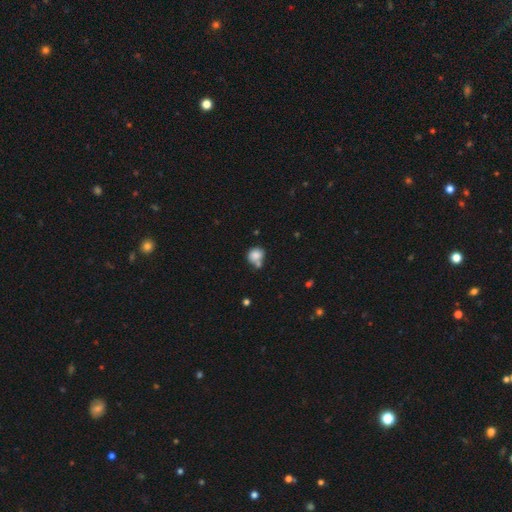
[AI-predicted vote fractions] A smooth galaxy with no disk features (82%) that is round (76%). Merging: none (47%).